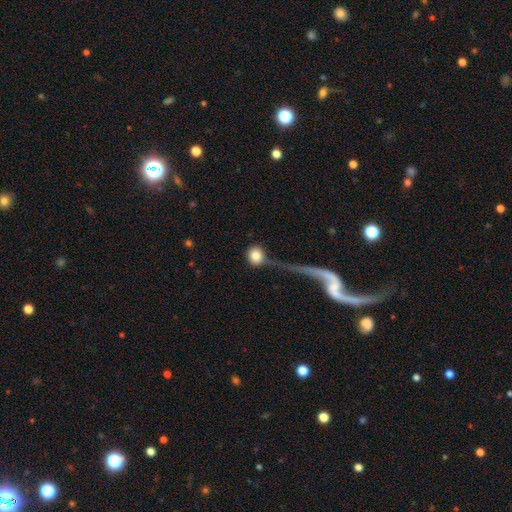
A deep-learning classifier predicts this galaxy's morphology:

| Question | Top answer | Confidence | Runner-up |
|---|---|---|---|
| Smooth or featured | smooth | 80% | featured or disk (11%) |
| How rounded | round | 86% | in between (11%) |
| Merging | none | 56% | major disturbance (16%) |